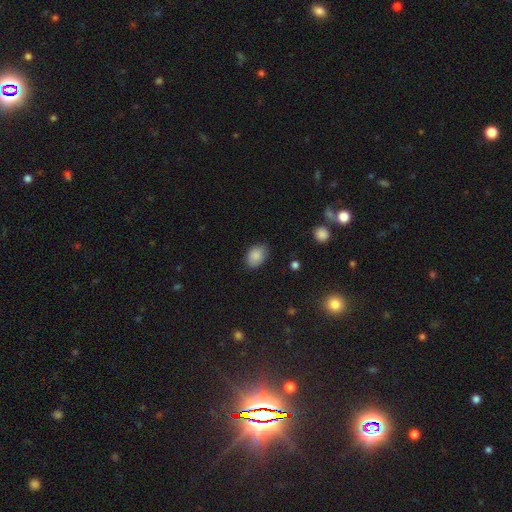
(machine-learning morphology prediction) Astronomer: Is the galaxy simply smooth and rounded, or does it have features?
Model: smooth — 87%.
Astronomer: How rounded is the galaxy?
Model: in between — 80%.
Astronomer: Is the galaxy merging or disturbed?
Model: none — 77%.